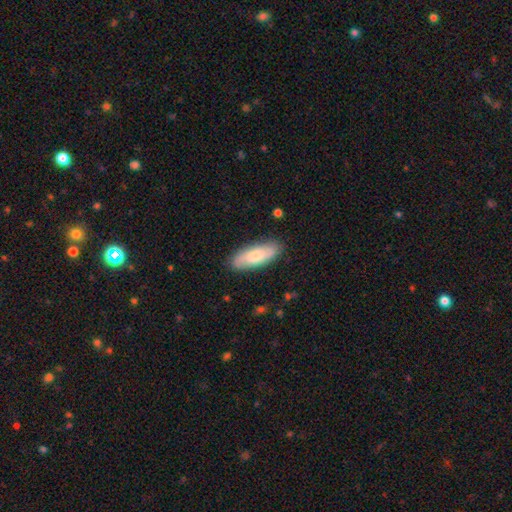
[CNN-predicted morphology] This appears to be a smooth galaxy with no disk features (68%) that is in between round and cigar-shaped (72%). Merging: none (84%).